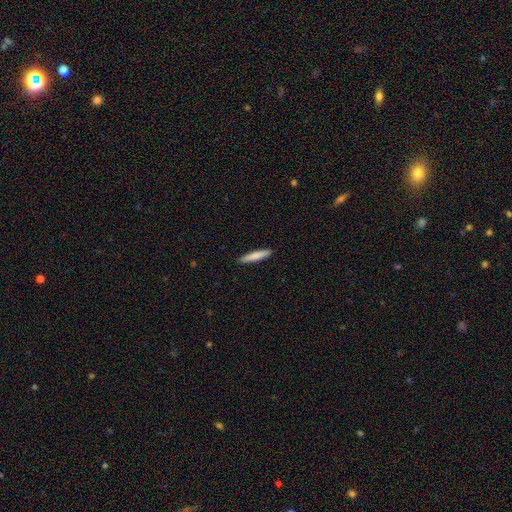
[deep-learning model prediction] smooth 80%, featured or disk 14%, star or artifact 5%. Down the decision tree: how rounded — cigar-shaped (92%); merging — none (92%).